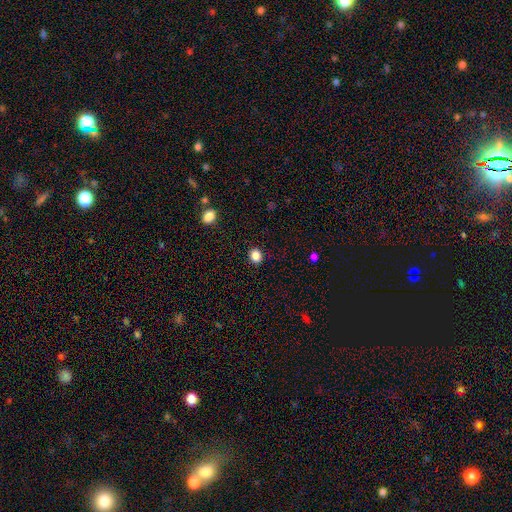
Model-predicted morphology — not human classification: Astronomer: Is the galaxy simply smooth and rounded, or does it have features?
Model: smooth — 86%.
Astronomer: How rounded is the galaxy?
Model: round — 72%.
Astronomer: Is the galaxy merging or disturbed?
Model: none — 91%.